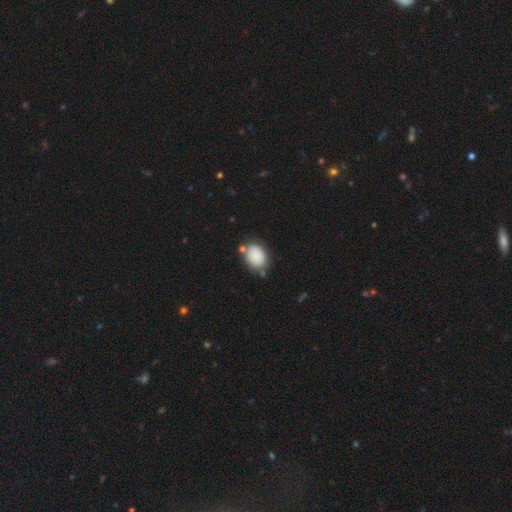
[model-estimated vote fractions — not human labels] A smooth galaxy with no disk features (85%) that is in between round and cigar-shaped (67%). Merging: none (71%).